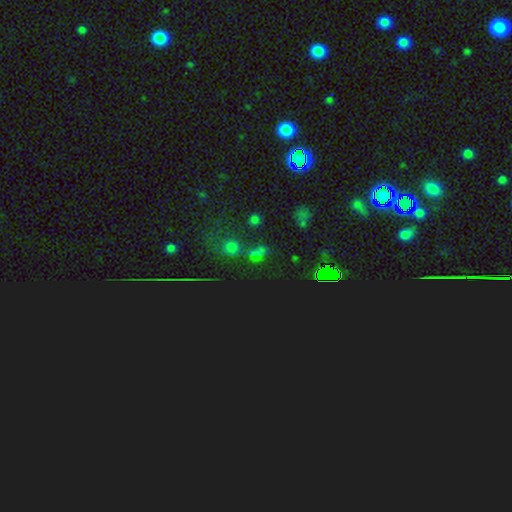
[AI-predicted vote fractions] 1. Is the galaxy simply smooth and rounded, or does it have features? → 59% star or artifact, 32% smooth, 9% featured or disk.